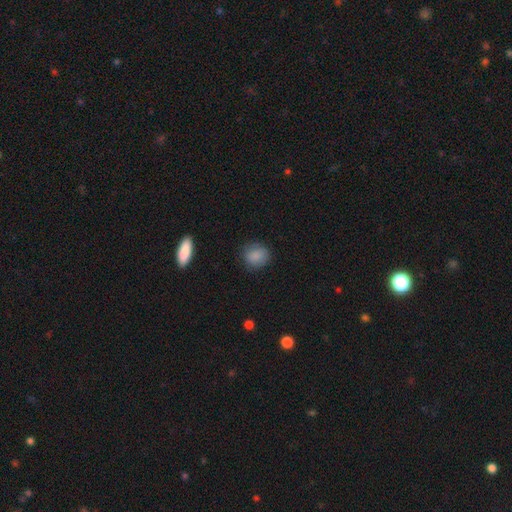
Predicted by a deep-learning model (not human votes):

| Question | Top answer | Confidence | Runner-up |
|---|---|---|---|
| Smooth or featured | smooth | 87% | star or artifact (8%) |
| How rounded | round | 76% | in between (22%) |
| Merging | none | 83% | minor disturbance (13%) |